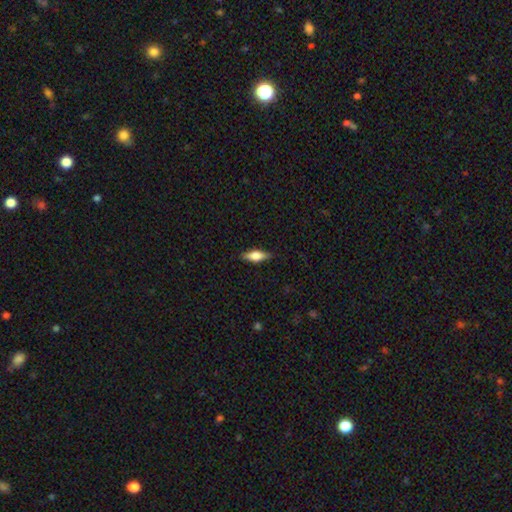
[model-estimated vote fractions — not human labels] This is likely a smooth galaxy (61%). How rounded: possibly in between (60%). Merging: clearly none (87%).